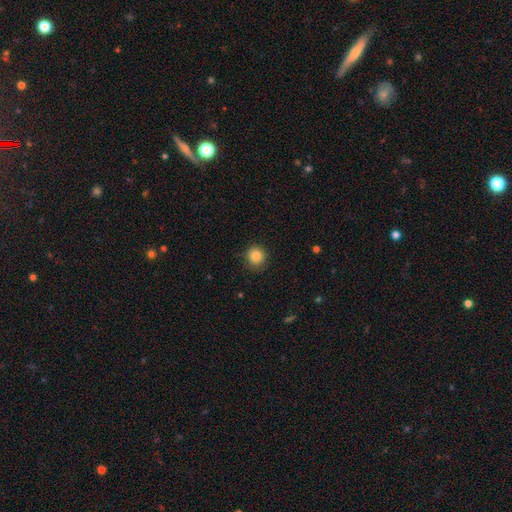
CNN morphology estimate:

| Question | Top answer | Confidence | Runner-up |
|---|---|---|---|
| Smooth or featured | smooth | 85% | star or artifact (10%) |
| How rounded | round | 91% | in between (8%) |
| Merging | none | 86% | minor disturbance (11%) |